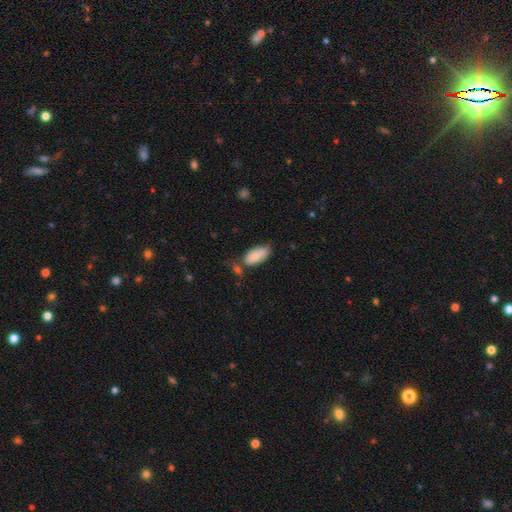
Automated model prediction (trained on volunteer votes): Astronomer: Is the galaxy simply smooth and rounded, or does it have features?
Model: smooth — 78%.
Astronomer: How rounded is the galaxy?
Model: in between — 92%.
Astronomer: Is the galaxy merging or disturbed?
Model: none — 51% (runner-up: minor disturbance, 27%).